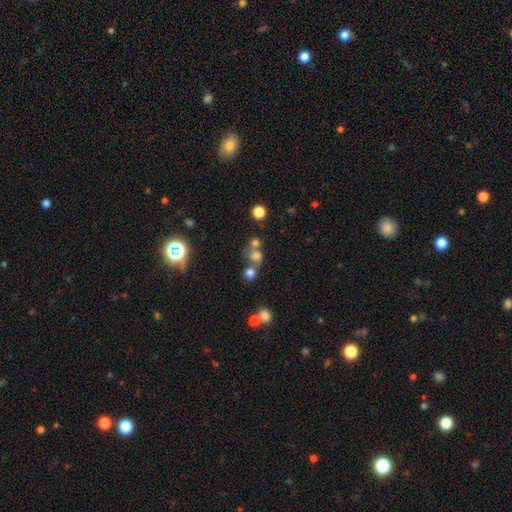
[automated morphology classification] smooth 67%, star or artifact 20%, featured or disk 12%. Down the decision tree: how rounded — round (72%); merging — none (43%).